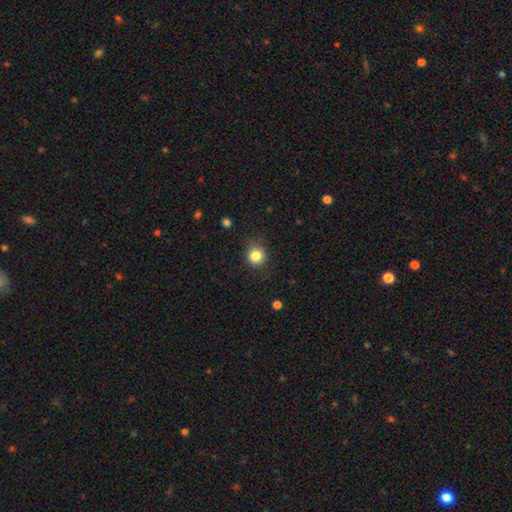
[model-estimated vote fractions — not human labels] Smooth or featured?
  - smooth: 83% *
  - star or artifact: 11%
  - featured or disk: 6%
How rounded?
  - round: 85% *
  - in between: 14%
  - cigar-shaped: 1%
Merging?
  - none: 80% *
  - minor disturbance: 15%
  - major disturbance: 4%
  - merger: 1%